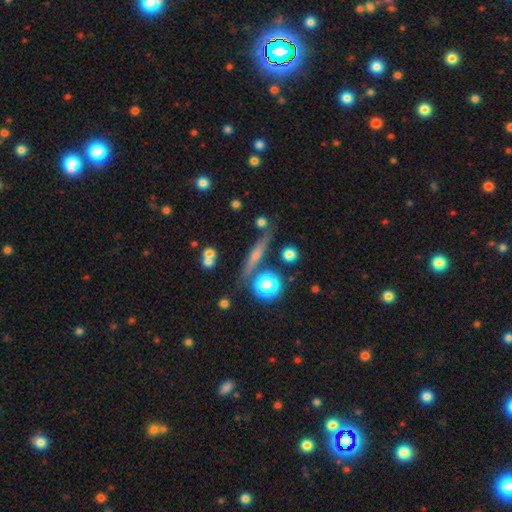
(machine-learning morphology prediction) A featured or disk galaxy (59%) viewed edge-on (93%) with a rounded central bulge (75%).

Vote fractions:
- Smooth or featured? featured or disk: 59% / smooth: 28% / star or artifact: 12%
- Edge-on disk? yes: 93% / no: 7%
- Edge-on bulge? rounded: 75% / none: 20% / boxy: 5%
- Merging? none: 82% / minor disturbance: 9% / merger: 6% / major disturbance: 3%